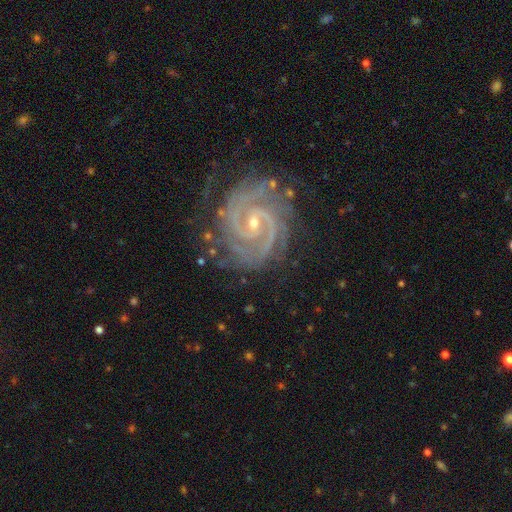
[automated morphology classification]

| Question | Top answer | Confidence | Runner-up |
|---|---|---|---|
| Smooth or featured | featured or disk | 87% | star or artifact (8%) |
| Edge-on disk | no | 98% | yes (2%) |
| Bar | weak | 43% | no (40%) |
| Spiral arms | yes | 98% | no (2%) |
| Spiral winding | tight | 68% | medium (27%) |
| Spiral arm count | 2 | 58% | 3 (13%) |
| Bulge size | small | 73% | moderate (24%) |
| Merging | none | 81% | minor disturbance (13%) |